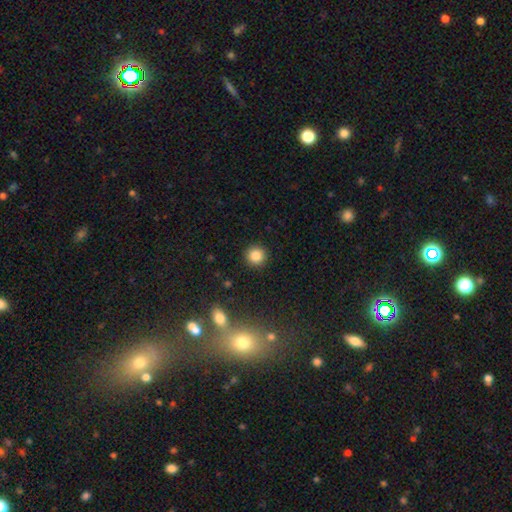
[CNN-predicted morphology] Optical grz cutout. It shows a smooth galaxy with no disk features (84%) that is round (94%). Merging: none (92%).